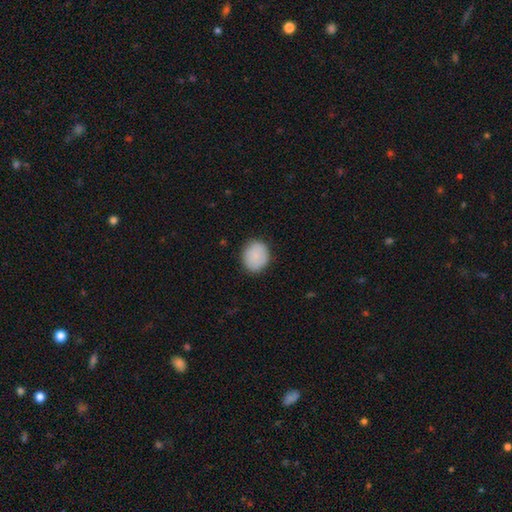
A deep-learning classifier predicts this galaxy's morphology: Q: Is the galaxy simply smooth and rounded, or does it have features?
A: smooth — 86%.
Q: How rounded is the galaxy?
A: round — 69%.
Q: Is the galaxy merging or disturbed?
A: none — 86%.